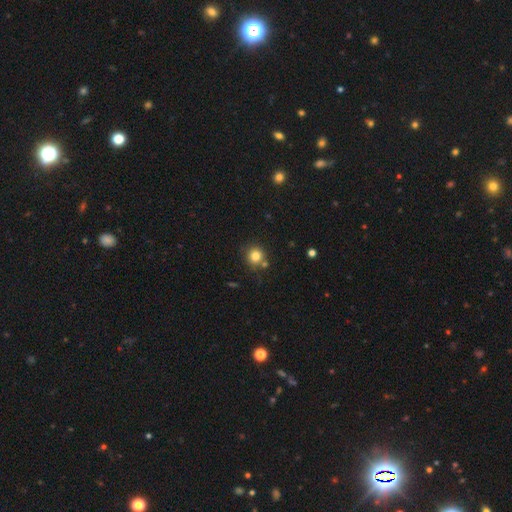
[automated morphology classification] Smooth or featured?
  - smooth: 82% *
  - star or artifact: 12%
  - featured or disk: 6%
How rounded?
  - round: 91% *
  - in between: 8%
  - cigar-shaped: 1%
Merging?
  - none: 76% *
  - merger: 10%
  - minor disturbance: 10%
  - major disturbance: 3%